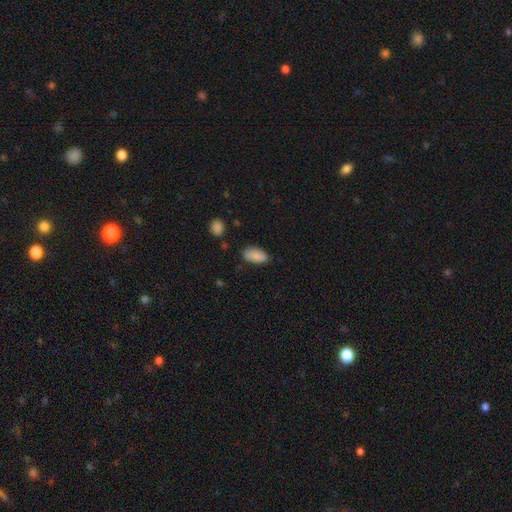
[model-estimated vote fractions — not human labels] Smooth or featured: smooth — 84% (featured or disk — 9%)
How rounded: in between — 94% (round — 3%)
Merging: none — 76% (minor disturbance — 18%)